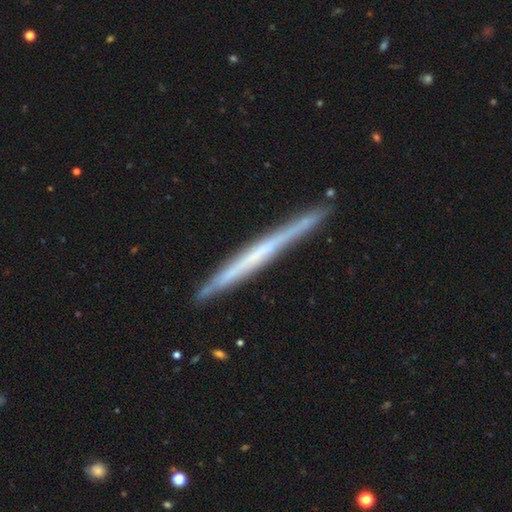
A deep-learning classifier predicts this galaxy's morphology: Q: Smooth or featured?
A: featured or disk (62%); runner-up: smooth (32%)
Q: Edge-on disk?
A: yes (97%); runner-up: no (3%)
Q: Edge-on bulge?
A: none (87%); runner-up: rounded (8%)
Q: Merging?
A: none (87%); runner-up: minor disturbance (10%)